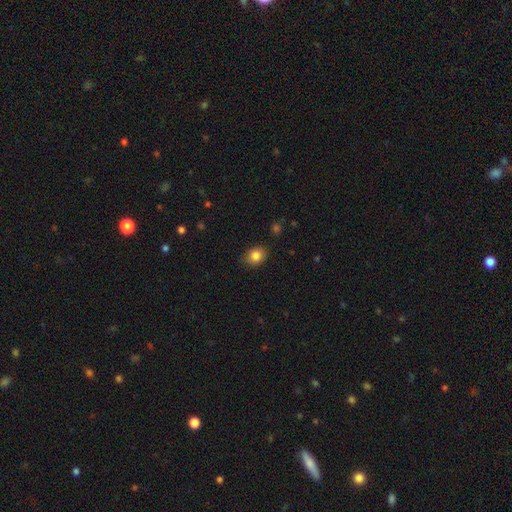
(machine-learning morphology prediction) Smooth or featured? Predicted: smooth (p=0.84). How rounded? Predicted: in between (p=0.54). Merging? Predicted: none (p=0.84).